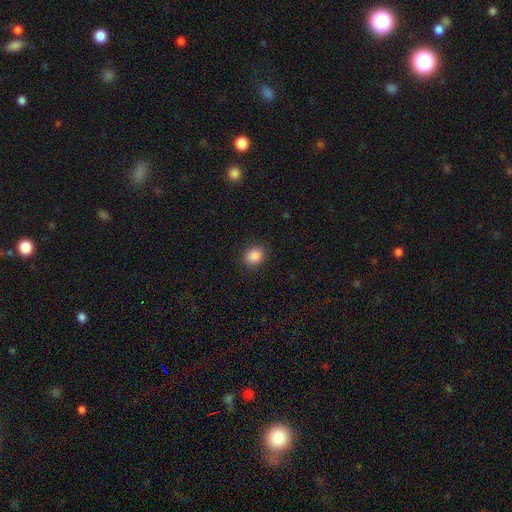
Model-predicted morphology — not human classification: A smooth galaxy with no disk features (88%) that is round (60%). Merging: none (88%).